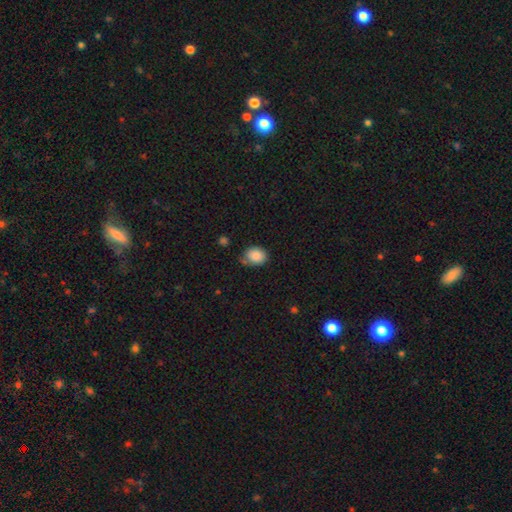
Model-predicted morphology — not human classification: The model was most divided on "how rounded": in between: 53%, round: 46%, cigar-shaped: 1%. More confident: smooth or featured — smooth (87%); merging — none (62%).